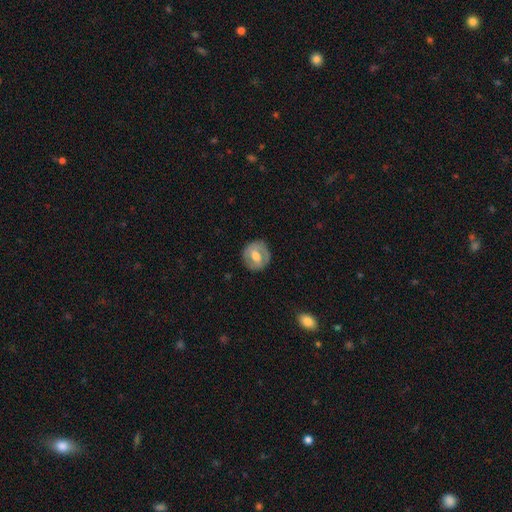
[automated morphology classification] smooth_or_featured: featured or disk (p=0.52) [alt: smooth p=0.42]
disk_edge_on: no (p=0.95) [alt: yes p=0.05]
merging: none (p=0.82) [alt: minor disturbance p=0.13]